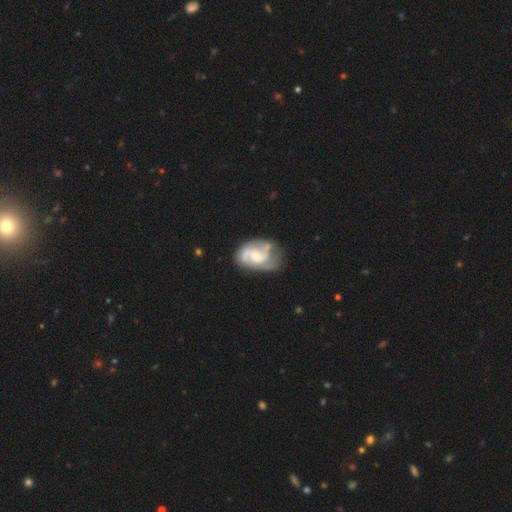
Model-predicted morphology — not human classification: A featured or disk galaxy (80%) with no bar (60%), 2 (59%) medium (49%) spiral arms (93%) and a small central bulge (51%).

Vote fractions:
- Smooth or featured? featured or disk: 80% / smooth: 15% / star or artifact: 5%
- Edge-on disk? no: 98% / yes: 2%
- Bar? no: 60% / weak: 34% / strong: 6%
- Spiral arms? yes: 93% / no: 7%
- Spiral winding? medium: 49% / tight: 31% / loose: 20%
- Spiral arm count? 2: 59% / 3: 18% / can't tell: 14% / 1: 4% / 4: 3% / more than 4: 2%
- Bulge size? small: 51% / moderate: 40% / none: 4% / large: 3% / dominant: 1%
- Merging? none: 52% / minor disturbance: 28% / major disturbance: 16% / merger: 4%